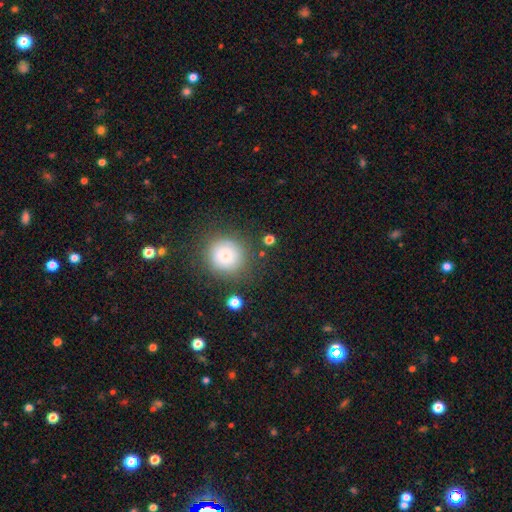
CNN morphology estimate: The model was most divided on "smooth or featured": smooth: 66%, star or artifact: 26%, featured or disk: 8%. More confident: how rounded — round (93%); merging — none (88%).